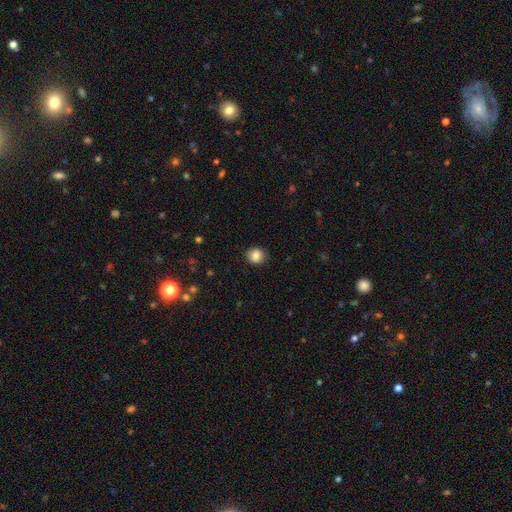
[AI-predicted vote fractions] A smooth galaxy with no disk features (85%) that is round (84%). Merging: none (90%).